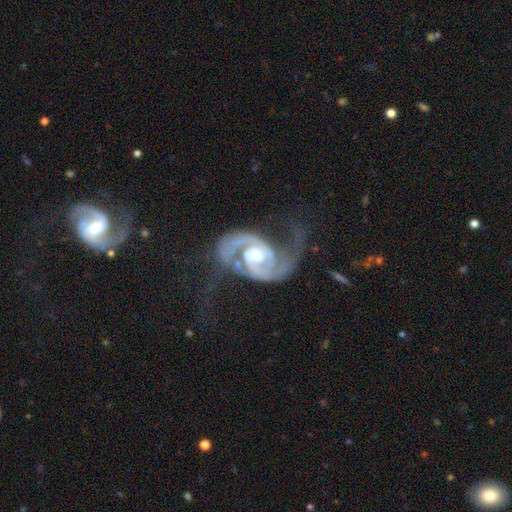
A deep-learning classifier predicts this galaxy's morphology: Smooth or featured?
  - featured or disk: 93% *
  - star or artifact: 4%
  - smooth: 3%
Edge-on disk?
  - no: 98% *
  - yes: 2%
Bar?
  - no: 52% *
  - weak: 35%
  - strong: 13%
Spiral arms?
  - yes: 98% *
  - no: 2%
Spiral winding?
  - medium: 53% *
  - tight: 24%
  - loose: 23%
Spiral arm count?
  - 2: 93% *
  - can't tell: 2%
  - 1: 2%
  - 3: 1%
  - 4: 1%
  - more than 4: 1%
Bulge size?
  - moderate: 70% *
  - large: 15%
  - small: 12%
  - none: 2%
  - dominant: 1%
Merging?
  - none: 55% *
  - major disturbance: 21%
  - minor disturbance: 20%
  - merger: 4%